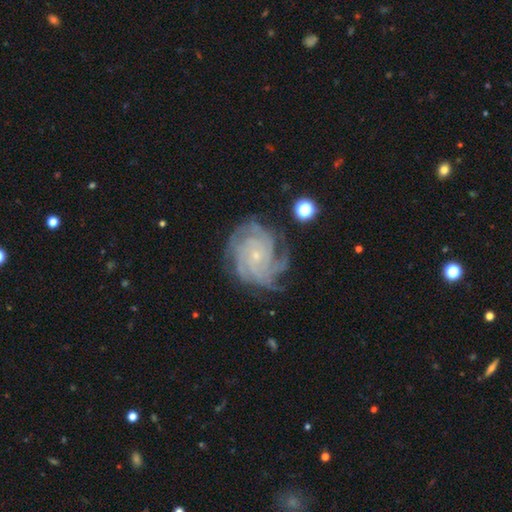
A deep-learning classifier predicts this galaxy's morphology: Smooth or featured: featured or disk — 87% (star or artifact — 7%)
Edge-on disk: no — 98% (yes — 2%)
Bar: no — 76% (weak — 19%)
Spiral arms: yes — 98% (no — 2%)
Spiral winding: tight — 75% (medium — 22%)
Spiral arm count: 4 — 35% (more than 4 — 18%)
Bulge size: small — 84% (moderate — 11%)
Merging: none — 73% (minor disturbance — 18%)